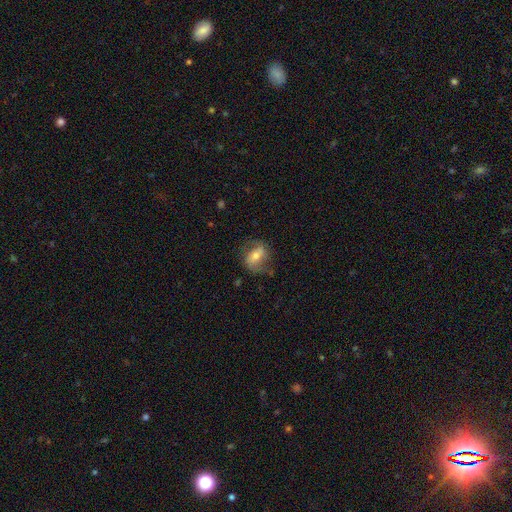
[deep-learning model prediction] Morphology: type=featured or disk (53%); edge-on=no (93%); merging=none (67%).